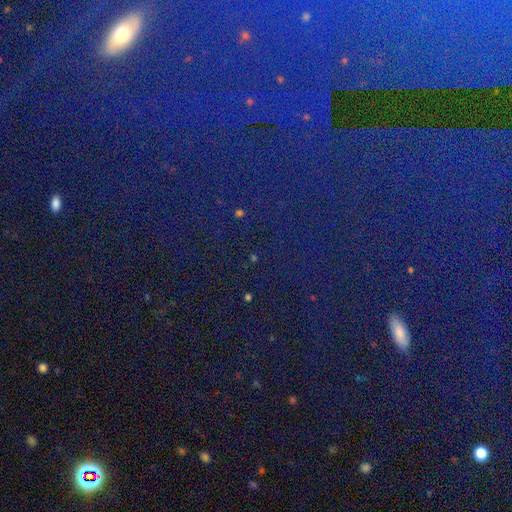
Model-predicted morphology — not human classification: Q: Smooth or featured?
A: star or artifact (78%); runner-up: smooth (12%)